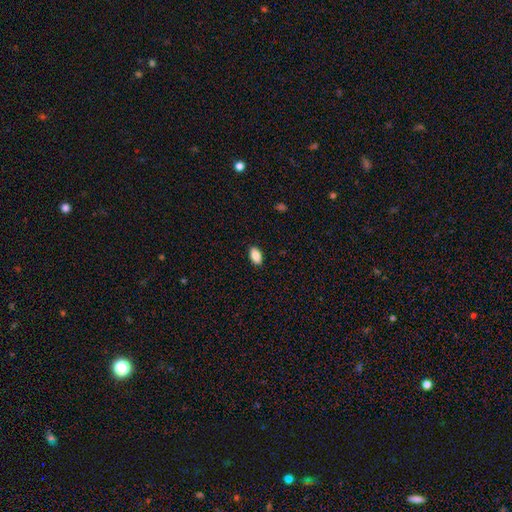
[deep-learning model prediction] Overall: smooth (89%). How rounded: in between (93%). Merging: none (89%).